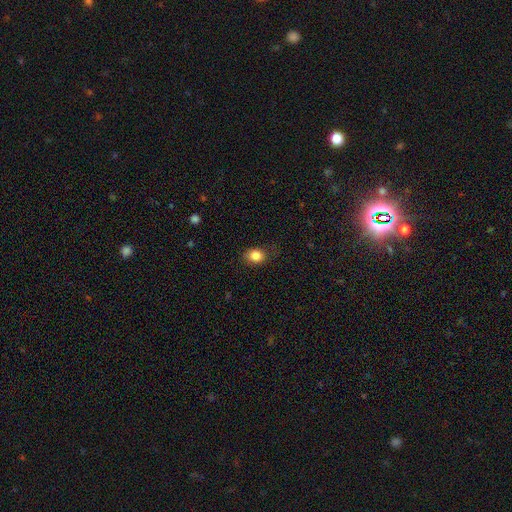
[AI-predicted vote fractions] Smooth or featured? Predicted: smooth (p=0.84). How rounded? Predicted: in between (p=0.53). Merging? Predicted: none (p=0.80).